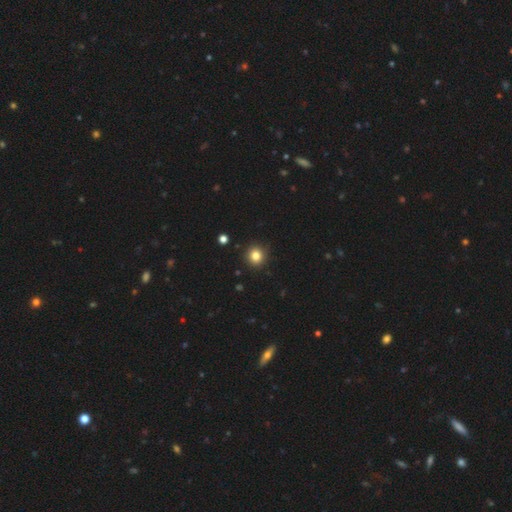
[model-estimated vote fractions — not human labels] A smooth galaxy with no disk features (82%) that is round (91%). Merging: none (90%).